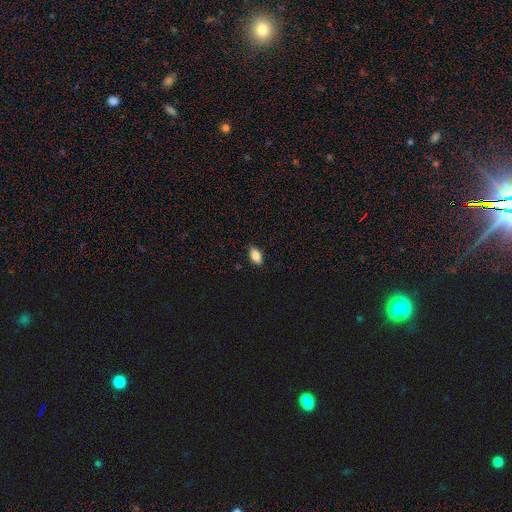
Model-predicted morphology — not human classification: Smooth or featured? Predicted: smooth (p=0.85). How rounded? Predicted: in between (p=0.91). Merging? Predicted: none (p=0.87).